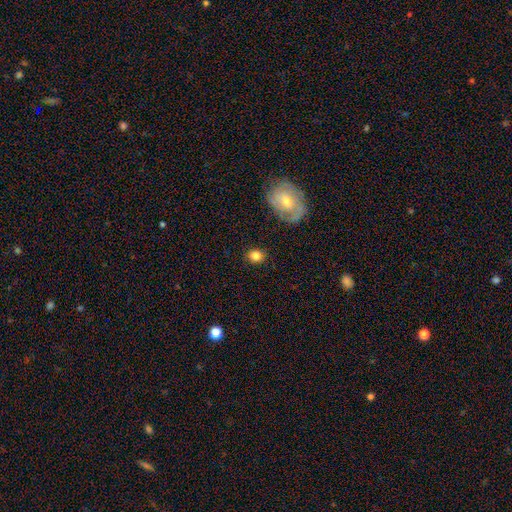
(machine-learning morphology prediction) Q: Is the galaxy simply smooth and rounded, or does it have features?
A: smooth — 81%.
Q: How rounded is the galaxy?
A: round — 68%.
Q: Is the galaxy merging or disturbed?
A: none — 86%.